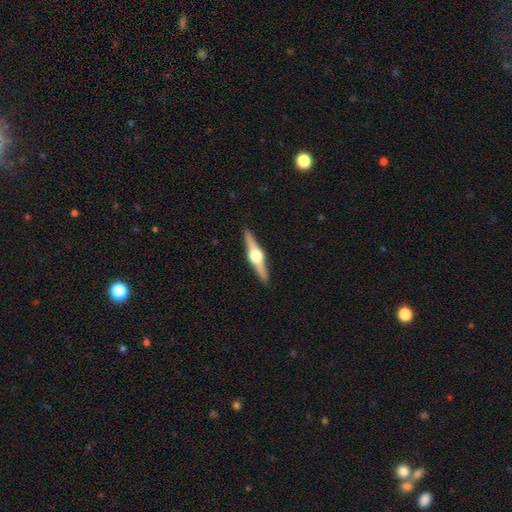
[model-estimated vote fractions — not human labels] Smooth or featured? Predicted: featured or disk (p=0.83). Edge-on disk? Predicted: yes (p=0.98). Edge-on bulge? Predicted: rounded (p=0.95). Merging? Predicted: none (p=0.92).